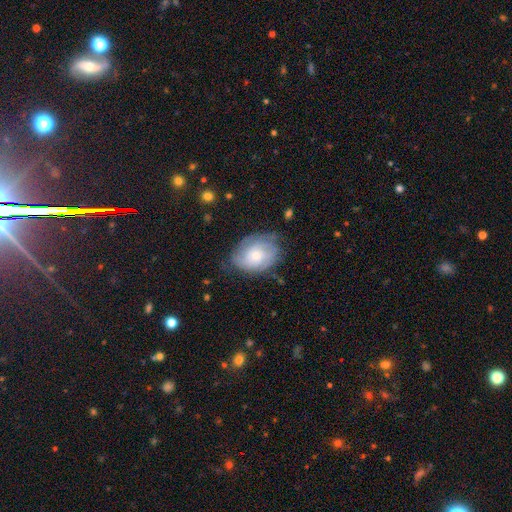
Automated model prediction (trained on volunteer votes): A featured or disk galaxy (55%) with no bar (78%), spiral arms (82%) and a moderate central bulge (47%).

Vote fractions:
- Smooth or featured? featured or disk: 55% / smooth: 38% / star or artifact: 7%
- Edge-on disk? no: 96% / yes: 4%
- Bar? no: 78% / weak: 20% / strong: 3%
- Spiral arms? yes: 82% / no: 18%
- Bulge size? moderate: 47% / small: 46% / large: 4% / none: 2% / dominant: 1%
- Merging? none: 62% / minor disturbance: 27% / major disturbance: 9% / merger: 1%